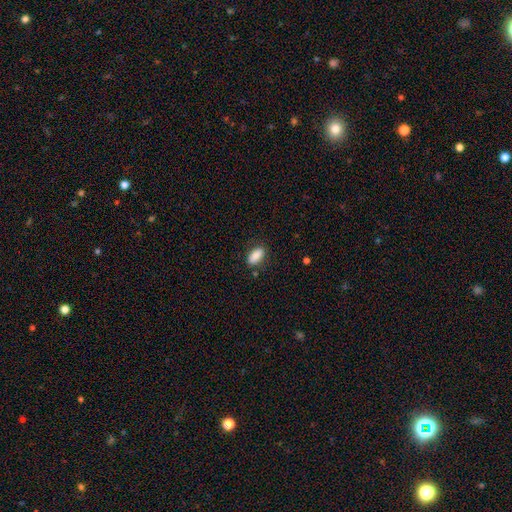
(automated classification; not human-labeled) A smooth galaxy with no disk features (87%) that is in between round and cigar-shaped (87%). Merging: none (81%).